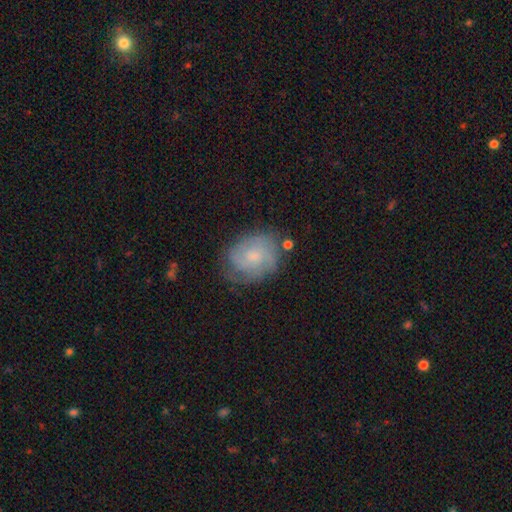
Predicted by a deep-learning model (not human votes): This appears to be a featured or disk galaxy (57%) with no bar (71%), spiral arms (83%) and a small central bulge (44%). Merging: none (66%).